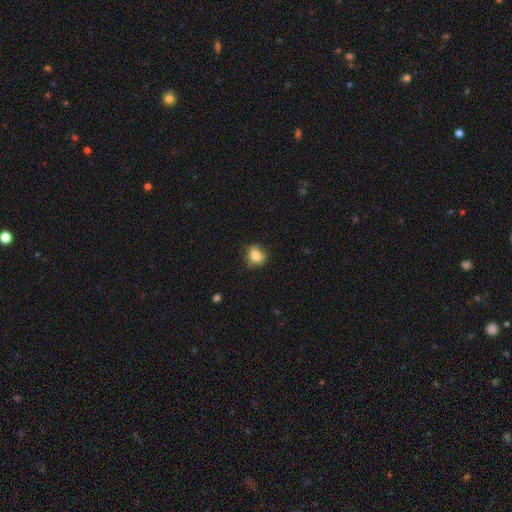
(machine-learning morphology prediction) The model was most divided on "how rounded": round: 58%, in between: 41%, cigar-shaped: 1%. More confident: smooth or featured — smooth (80%); merging — none (66%).